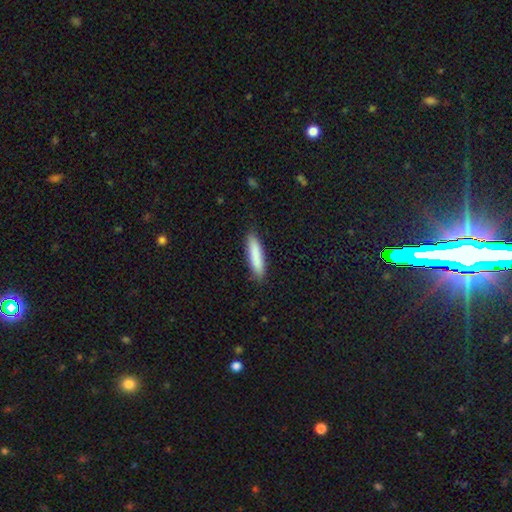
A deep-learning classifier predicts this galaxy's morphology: Smooth or featured? Predicted: smooth (p=0.85). How rounded? Predicted: cigar-shaped (p=0.81). Merging? Predicted: none (p=0.88).